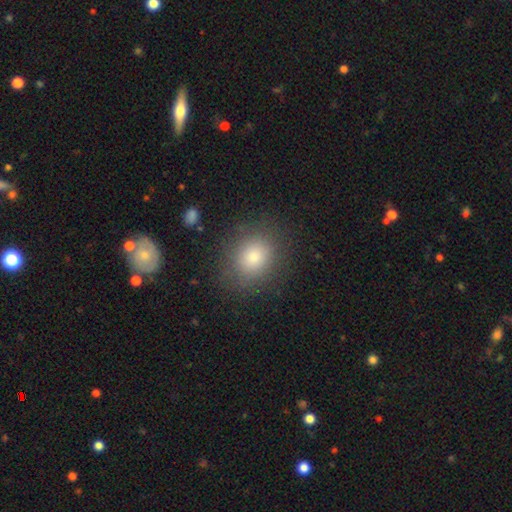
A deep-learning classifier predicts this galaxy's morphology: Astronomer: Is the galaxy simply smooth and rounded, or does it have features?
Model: smooth — 80%.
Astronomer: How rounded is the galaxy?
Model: round — 60% (runner-up: in between, 39%).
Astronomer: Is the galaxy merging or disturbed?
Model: none — 82%.